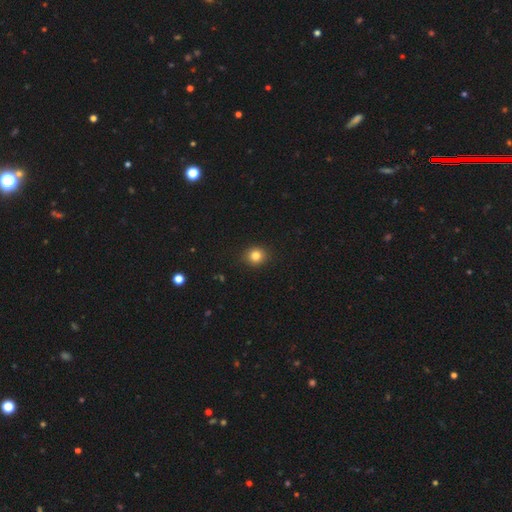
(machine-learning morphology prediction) Smooth or featured: smooth — 82% (star or artifact — 12%)
How rounded: round — 84% (in between — 15%)
Merging: none — 91% (minor disturbance — 6%)